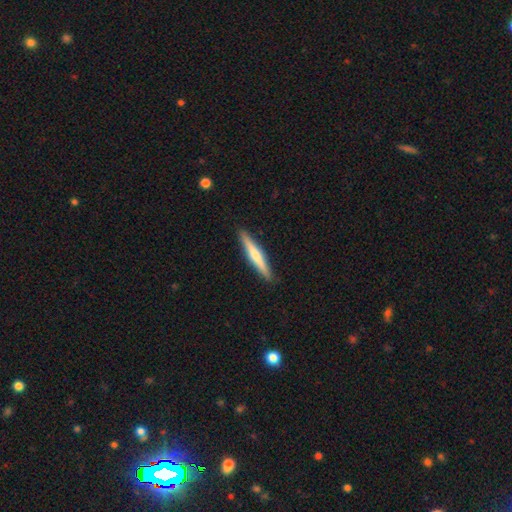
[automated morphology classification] Q: Smooth or featured?
A: smooth (50%); runner-up: featured or disk (45%)
Q: Merging?
A: none (91%); runner-up: minor disturbance (6%)